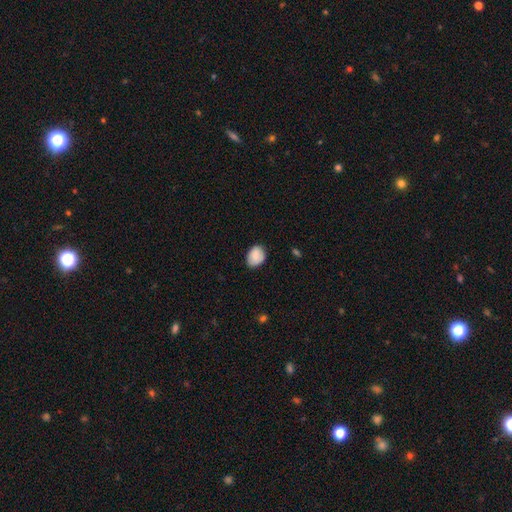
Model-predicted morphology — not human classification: This is clearly a smooth galaxy (83%). How rounded: likely in between (65%). Merging: likely none (78%).